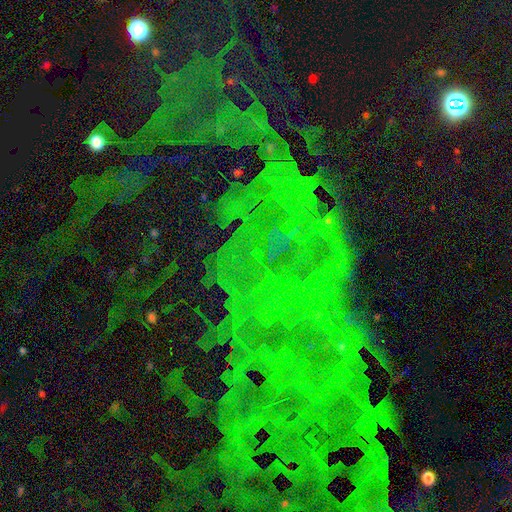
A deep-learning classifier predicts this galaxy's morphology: This is clearly a star or artifact rather than a galaxy (80%).